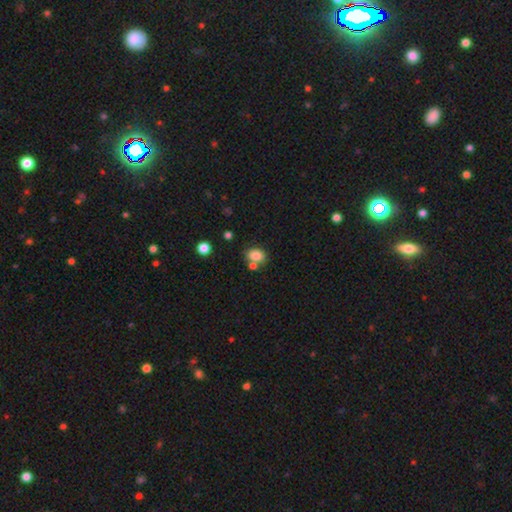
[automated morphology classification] type=smooth (83%); roundness=in between (71%); merging=none (59%).